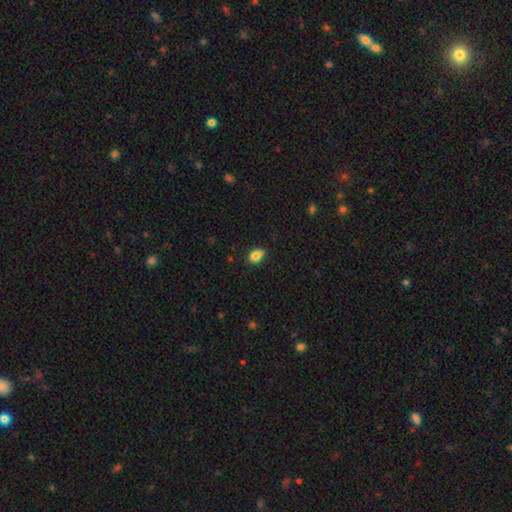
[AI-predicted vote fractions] The model was most divided on "how rounded": in between: 73%, round: 25%, cigar-shaped: 1%. More confident: smooth or featured — smooth (84%); merging — none (76%).